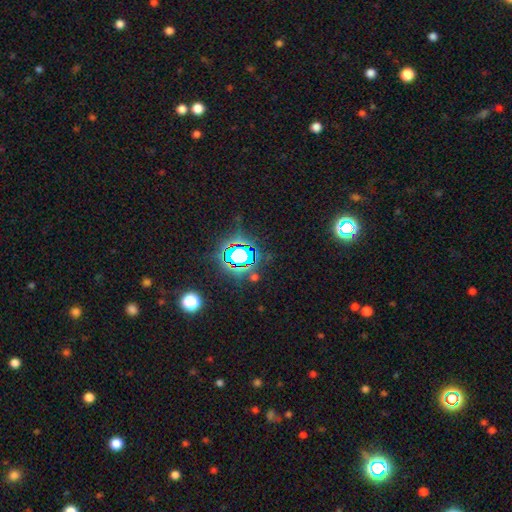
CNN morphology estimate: A star or artifact, not a galaxy (80%).